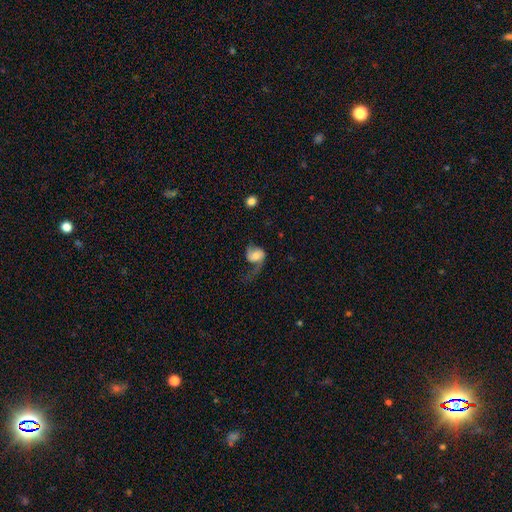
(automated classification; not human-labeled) This is possibly a featured or disk galaxy (57%). It is clearly not viewed edge-on (97%). Bar: likely no (64%). Spiral arm pattern: clearly yes (86%). Central bulge: marginally moderate (43%). Merging: possibly major disturbance (46%).